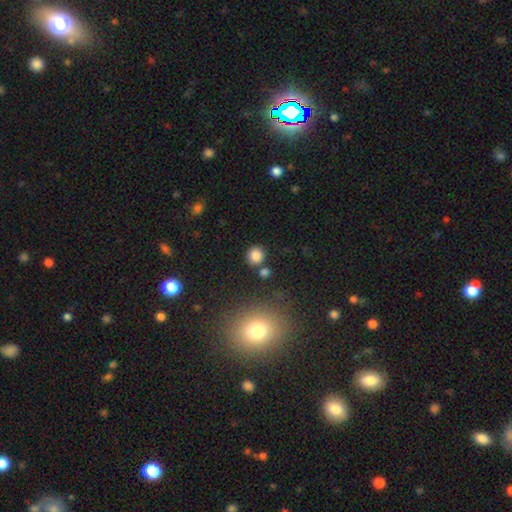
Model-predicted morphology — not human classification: smooth-or-featured: smooth: 83% | star or artifact: 12% | featured or disk: 5%
  how-rounded: round: 90% | in between: 9% | cigar-shaped: 1%
  merging: none: 81% | minor disturbance: 8% | merger: 8% | major disturbance: 3%